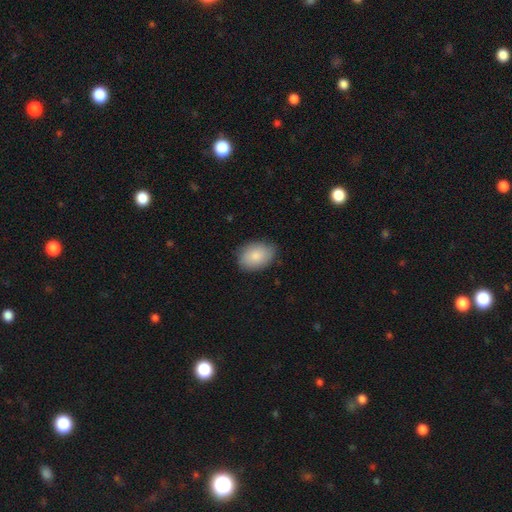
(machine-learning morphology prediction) Smooth or featured?
  - smooth: 85% *
  - featured or disk: 9%
  - star or artifact: 6%
How rounded?
  - in between: 78% *
  - round: 21%
  - cigar-shaped: 1%
Merging?
  - none: 78% *
  - minor disturbance: 18%
  - major disturbance: 3%
  - merger: 1%